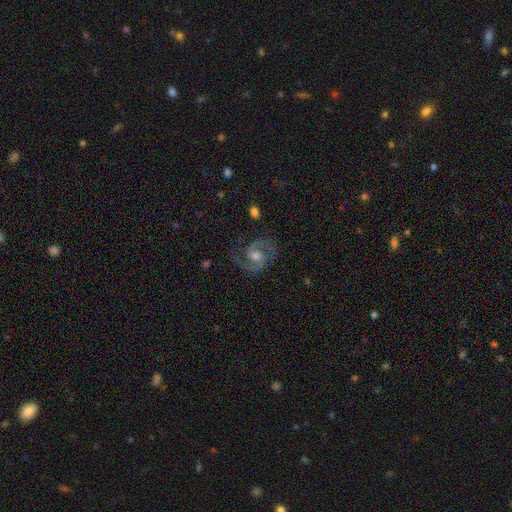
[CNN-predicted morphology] Overall: featured or disk (91%). Edge-on disk: no (98%). Bar: no (57%; weak 34%). Spiral arms: yes (98%). Spiral arm count: 2 (94%). Spiral winding: medium (59%; tight 32%). Bulge size: moderate (67%). Merging: none (83%).